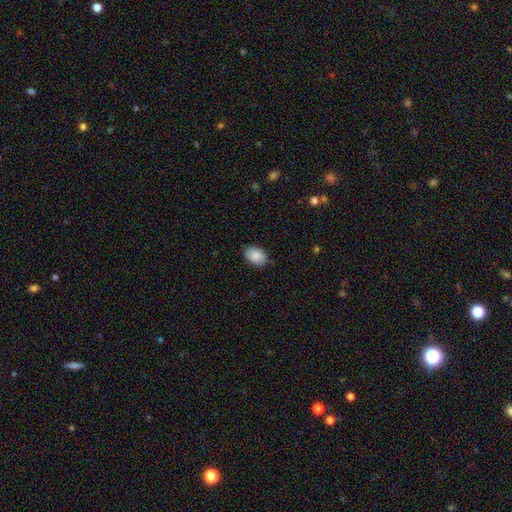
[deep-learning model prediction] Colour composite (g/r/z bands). It shows a smooth galaxy with no disk features (86%) that is in between round and cigar-shaped (78%). Merging: none (84%).